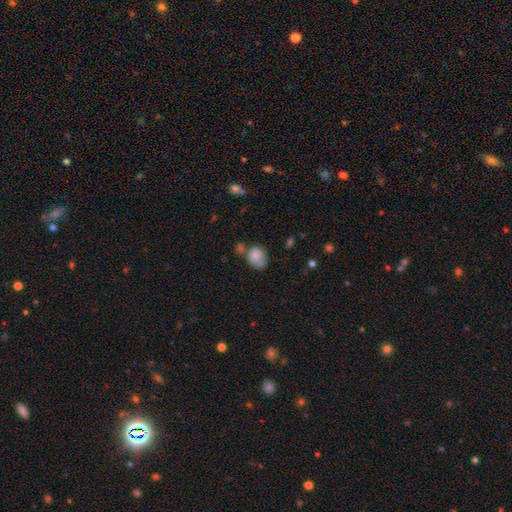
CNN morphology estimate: The model was most divided on "how rounded": in between: 50%, round: 49%, cigar-shaped: 1%. Remaining: smooth or featured — smooth (79%); merging — none (40%).